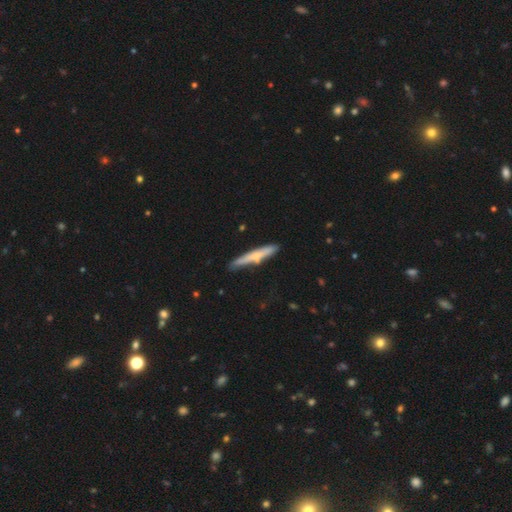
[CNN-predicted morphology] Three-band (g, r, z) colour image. It shows a smooth galaxy with no disk features (56%) that is cigar-shaped (94%). Merging: none (76%).